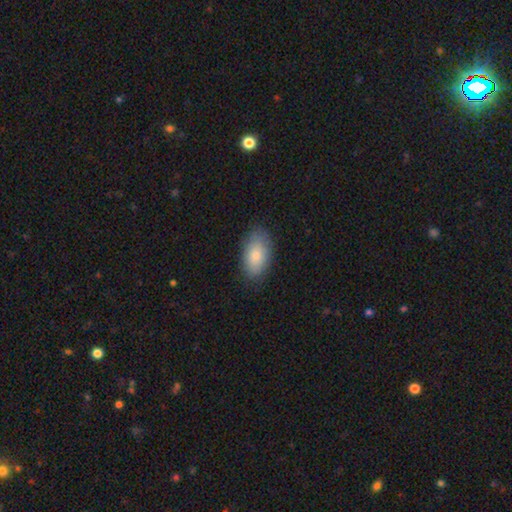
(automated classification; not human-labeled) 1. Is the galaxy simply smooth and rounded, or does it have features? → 82% smooth, 12% featured or disk, 6% star or artifact.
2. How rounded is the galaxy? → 93% in between, 5% round, 2% cigar-shaped.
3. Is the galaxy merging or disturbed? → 83% none, 13% minor disturbance, 3% major disturbance, 1% merger.